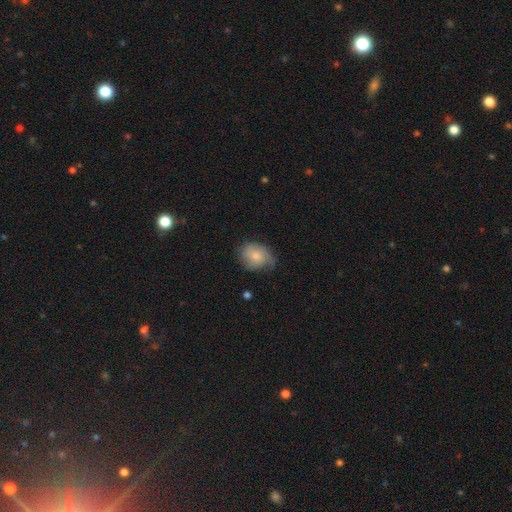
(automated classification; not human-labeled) Smooth or featured?
  - smooth: 63% *
  - featured or disk: 30%
  - star or artifact: 7%
How rounded?
  - round: 55% *
  - in between: 44%
  - cigar-shaped: 1%
Merging?
  - none: 49% *
  - minor disturbance: 35%
  - major disturbance: 15%
  - merger: 2%